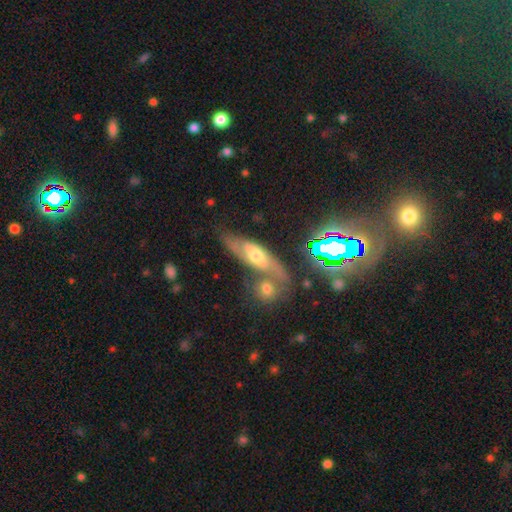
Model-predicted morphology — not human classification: This appears to be a featured or disk galaxy (54%). Merging: none (49%).